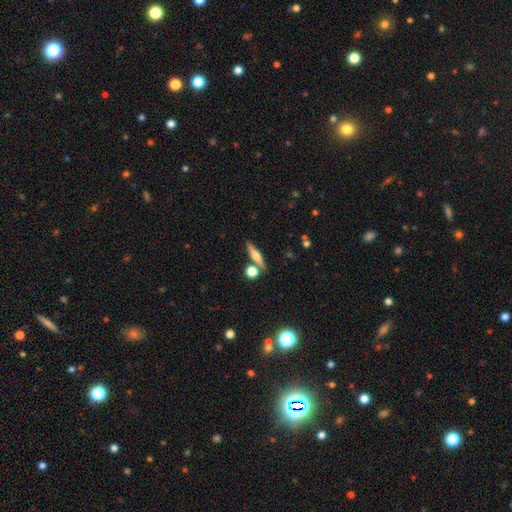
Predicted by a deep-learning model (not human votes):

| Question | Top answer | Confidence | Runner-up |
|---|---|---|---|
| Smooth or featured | featured or disk | 54% | smooth (37%) |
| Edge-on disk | yes | 94% | no (6%) |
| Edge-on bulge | rounded | 88% | boxy (7%) |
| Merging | none | 77% | merger (11%) |